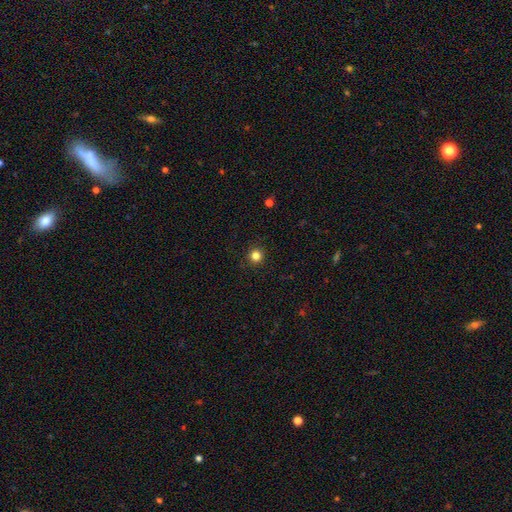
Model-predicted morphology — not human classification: A smooth galaxy with no disk features (82%) that is round (94%). Merging: none (91%).